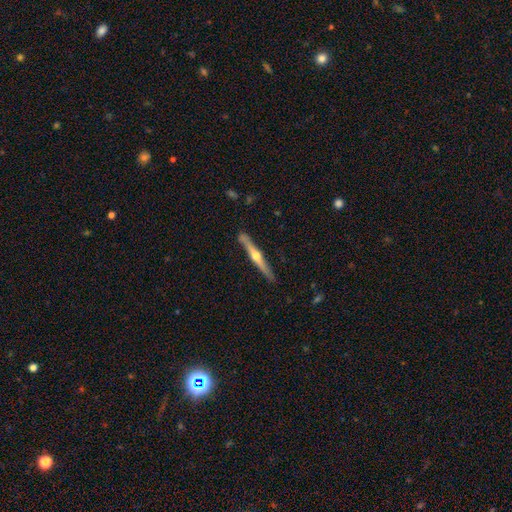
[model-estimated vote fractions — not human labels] smooth-or-featured: featured or disk: 73% | smooth: 22% | star or artifact: 5%
  disk-edge-on: yes: 98% | no: 2%
    edge-on-bulge: rounded: 93% | none: 5% | boxy: 2%
  merging: none: 87% | minor disturbance: 10% | merger: 2% | major disturbance: 2%